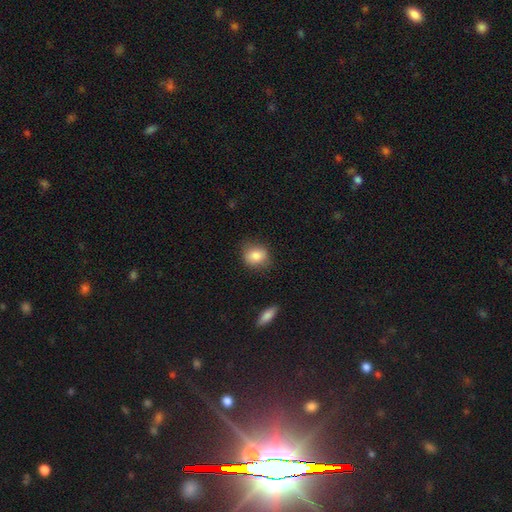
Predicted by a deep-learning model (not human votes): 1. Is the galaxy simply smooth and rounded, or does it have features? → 84% smooth, 8% star or artifact, 7% featured or disk.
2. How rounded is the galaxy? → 59% round, 40% in between, 1% cigar-shaped.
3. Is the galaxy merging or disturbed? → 75% none, 19% minor disturbance, 4% major disturbance, 2% merger.